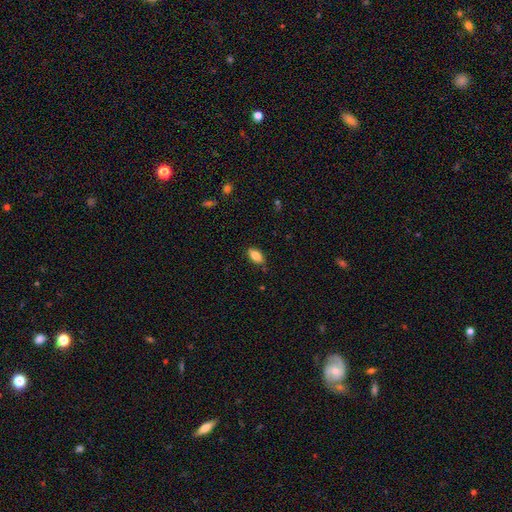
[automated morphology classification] smooth_or_featured: smooth (p=0.83) [alt: featured or disk p=0.09]
how_rounded: in between (p=0.88) [alt: cigar-shaped p=0.09]
merging: none (p=0.81) [alt: minor disturbance p=0.14]